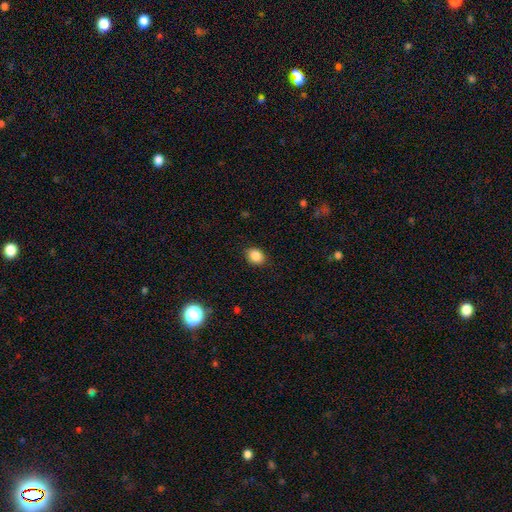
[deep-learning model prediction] smooth 87%, star or artifact 9%, featured or disk 4%. Down the decision tree: how rounded — in between (55%); merging — none (87%).